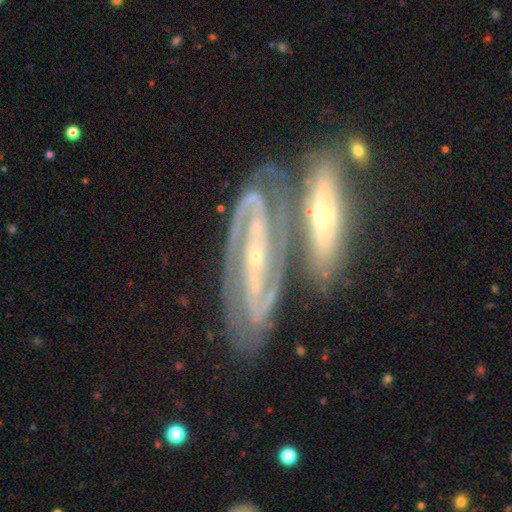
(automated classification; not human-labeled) A featured or disk galaxy (88%) with a strong bar (39%), 2 (62%) tight (62%) spiral arms (94%) and a small central bulge (77%).

Vote fractions:
- Smooth or featured? featured or disk: 88% / smooth: 6% / star or artifact: 6%
- Edge-on disk? no: 82% / yes: 18%
- Bar? strong: 39% / no: 32% / weak: 28%
- Spiral arms? yes: 94% / no: 6%
- Spiral winding? tight: 62% / medium: 31% / loose: 7%
- Spiral arm count? 2: 62% / can't tell: 18% / 3: 9% / 4: 4% / 1: 4% / more than 4: 4%
- Bulge size? small: 77% / moderate: 19% / none: 1% / large: 1% / dominant: 1%
- Merging? none: 51% / merger: 30% / minor disturbance: 13% / major disturbance: 5%